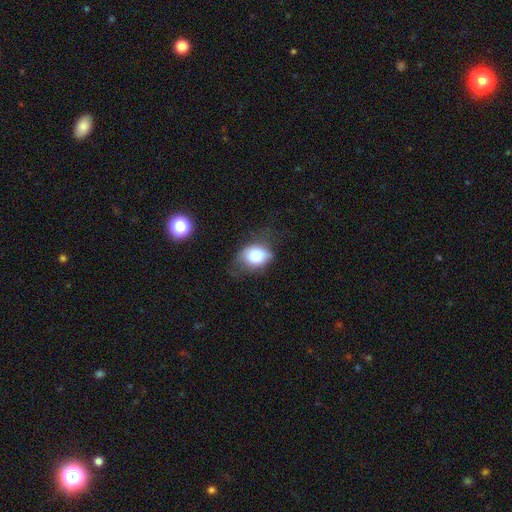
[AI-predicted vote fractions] A smooth galaxy with no disk features (74%) that is in between round and cigar-shaped (67%).

Vote fractions:
- Smooth or featured? smooth: 74% / featured or disk: 17% / star or artifact: 9%
- How rounded? in between: 67% / round: 31% / cigar-shaped: 2%
- Merging? none: 51% / minor disturbance: 32% / major disturbance: 15% / merger: 2%